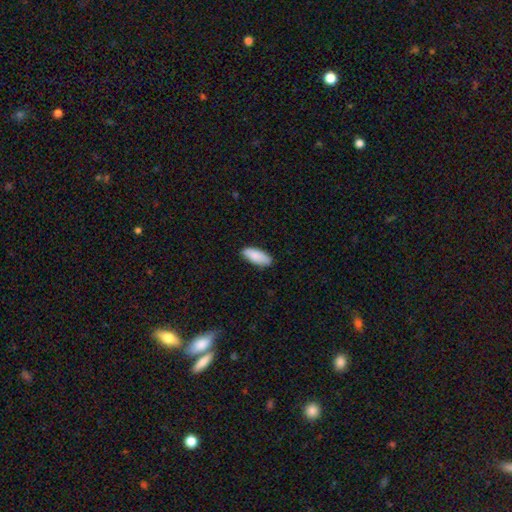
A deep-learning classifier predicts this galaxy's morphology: smooth-or-featured: smooth: 89% | featured or disk: 6% | star or artifact: 6%
  how-rounded: in between: 82% | cigar-shaped: 16% | round: 2%
  merging: none: 85% | minor disturbance: 12% | major disturbance: 2% | merger: 1%